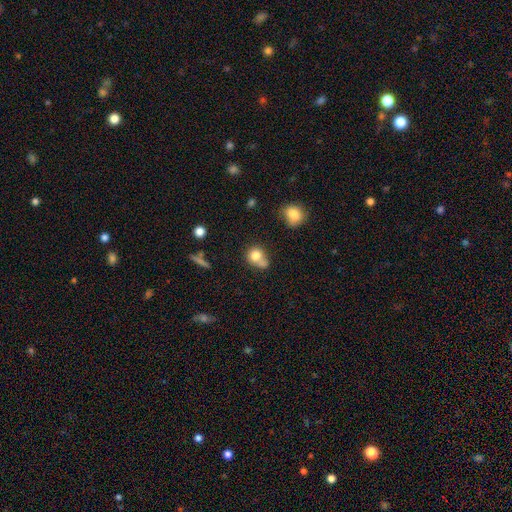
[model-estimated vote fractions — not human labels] smooth_or_featured: smooth (p=0.77) [alt: featured or disk p=0.12]
how_rounded: round (p=0.73) [alt: in between p=0.26]
merging: none (p=0.39) [alt: merger p=0.36]